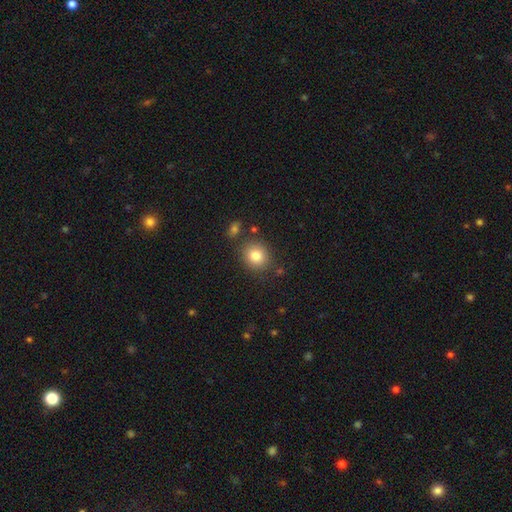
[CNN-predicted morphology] This is clearly a smooth galaxy (83%). How rounded: likely round (75%). Merging: clearly none (82%).